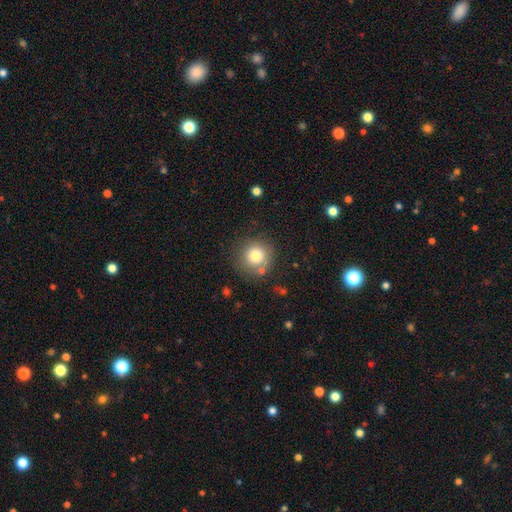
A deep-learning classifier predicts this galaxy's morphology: Q: Smooth or featured?
A: smooth (78%); runner-up: star or artifact (11%)
Q: How rounded?
A: round (94%); runner-up: in between (5%)
Q: Merging?
A: none (79%); runner-up: minor disturbance (10%)